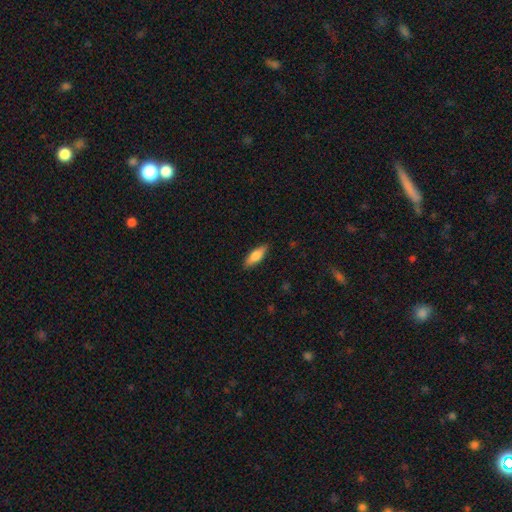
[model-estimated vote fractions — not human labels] This appears to be a smooth galaxy with no disk features (73%) that is in between round and cigar-shaped (60%). Merging: none (87%).